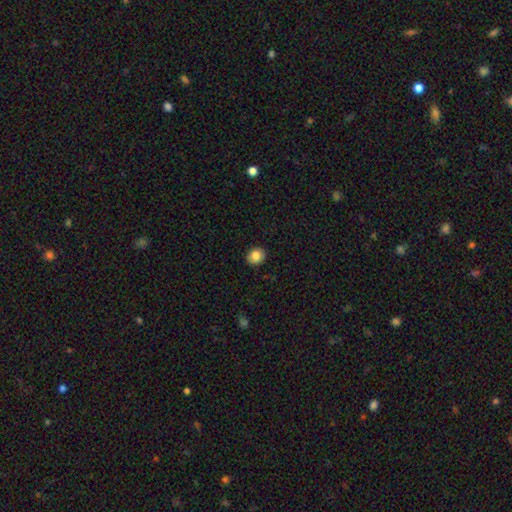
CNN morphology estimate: smooth 84%, star or artifact 9%, featured or disk 7%. Down the decision tree: how rounded — round (69%); merging — none (91%).